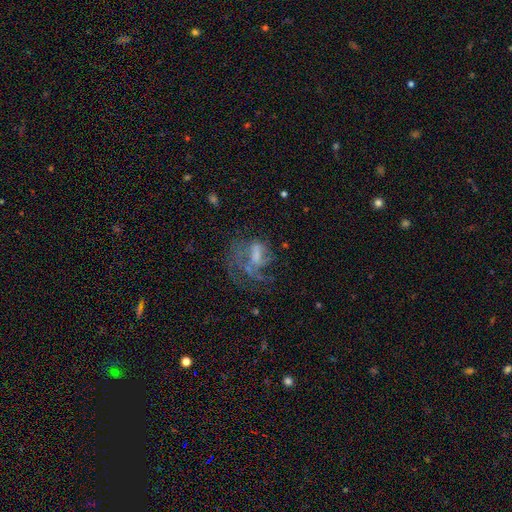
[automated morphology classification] smooth_or_featured: featured or disk (p=0.64) [alt: smooth p=0.22]
disk_edge_on: no (p=0.96) [alt: yes p=0.04]
bar: no (p=0.44) [alt: weak p=0.39]
has_spiral_arms: yes (p=0.60) [alt: no p=0.40]
bulge_size: none (p=0.35) [alt: moderate p=0.30]
merging: major disturbance (p=0.44) [alt: none p=0.35]